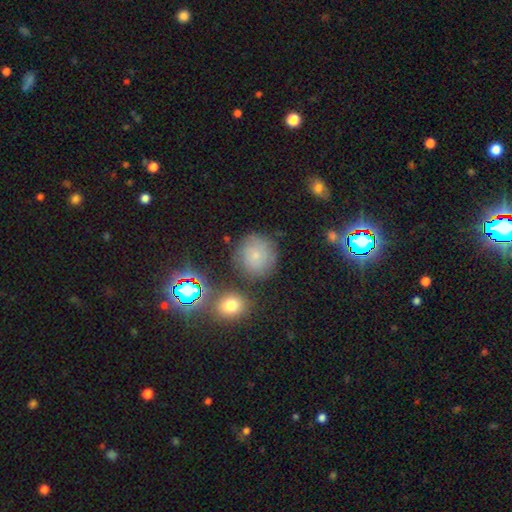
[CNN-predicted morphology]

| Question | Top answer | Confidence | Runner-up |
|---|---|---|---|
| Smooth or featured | smooth | 65% | featured or disk (19%) |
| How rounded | round | 90% | in between (9%) |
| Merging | none | 77% | minor disturbance (13%) |